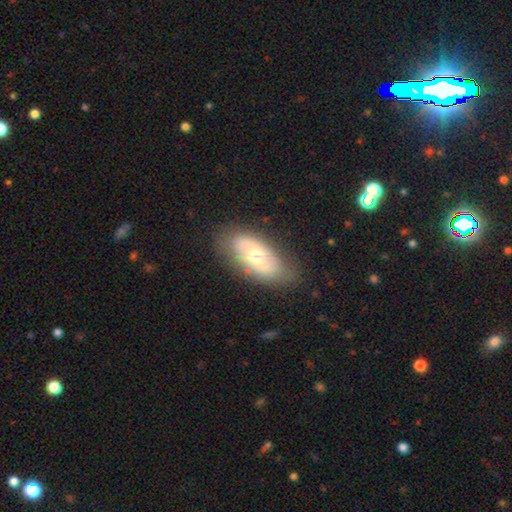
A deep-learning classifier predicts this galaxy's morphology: Smooth or featured?
  - featured or disk: 55% *
  - smooth: 39%
  - star or artifact: 6%
Edge-on disk?
  - no: 88% *
  - yes: 12%
Merging?
  - none: 77% *
  - minor disturbance: 17%
  - major disturbance: 5%
  - merger: 1%